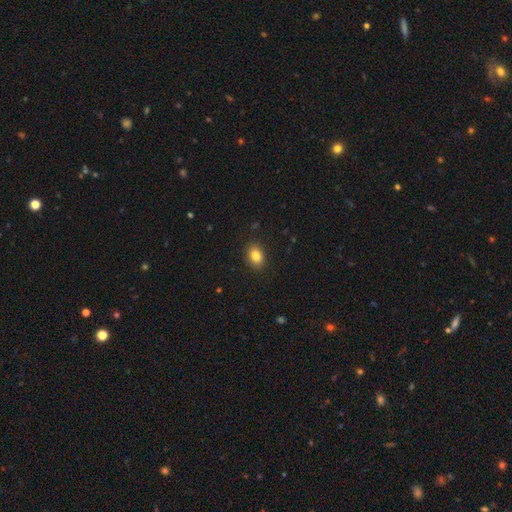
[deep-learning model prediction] The model was most divided on "how rounded": in between: 74%, round: 25%, cigar-shaped: 1%. More confident: merging — none (88%); smooth or featured — smooth (84%).